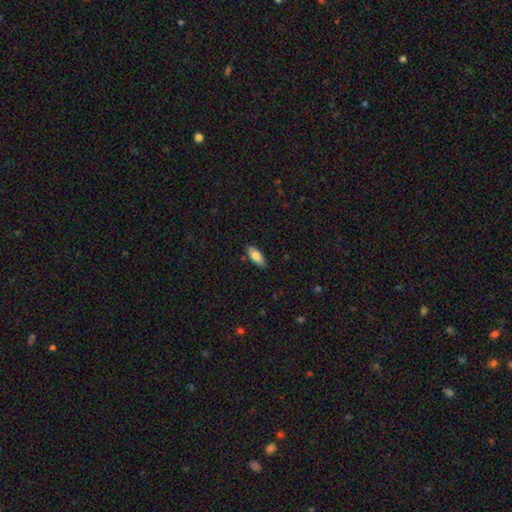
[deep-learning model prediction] smooth_or_featured: smooth (p=0.80) [alt: featured or disk p=0.13]
how_rounded: in between (p=0.82) [alt: cigar-shaped p=0.16]
merging: none (p=0.86) [alt: minor disturbance p=0.11]